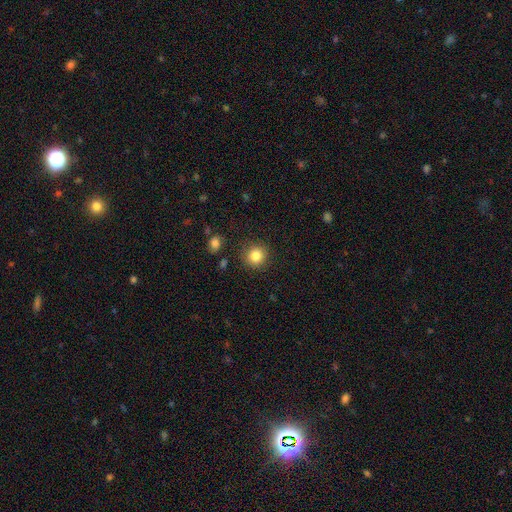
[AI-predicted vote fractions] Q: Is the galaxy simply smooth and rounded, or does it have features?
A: smooth — 84%.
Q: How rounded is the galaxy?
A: round — 91%.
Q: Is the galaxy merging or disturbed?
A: none — 89%.